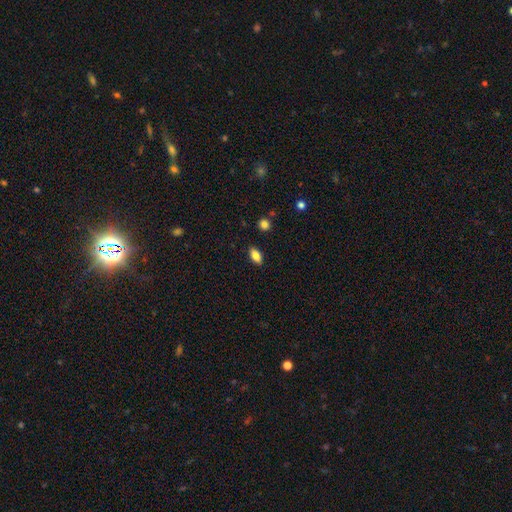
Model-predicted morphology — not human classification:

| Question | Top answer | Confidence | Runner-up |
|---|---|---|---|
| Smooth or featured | smooth | 82% | featured or disk (10%) |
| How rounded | in between | 88% | cigar-shaped (7%) |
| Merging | none | 88% | minor disturbance (9%) |